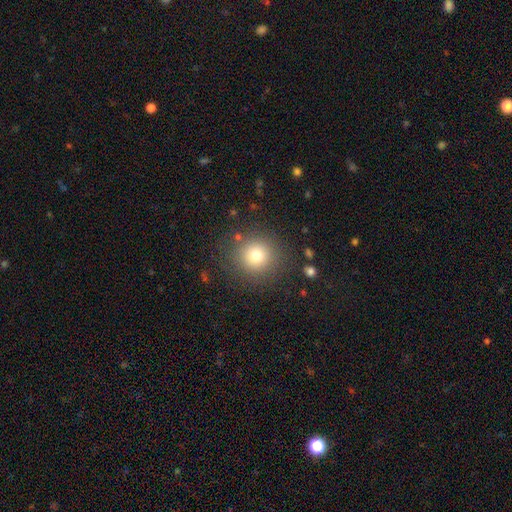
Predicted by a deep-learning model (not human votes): smooth 76%, star or artifact 14%, featured or disk 10%. Down the decision tree: how rounded — round (93%); merging — none (86%).